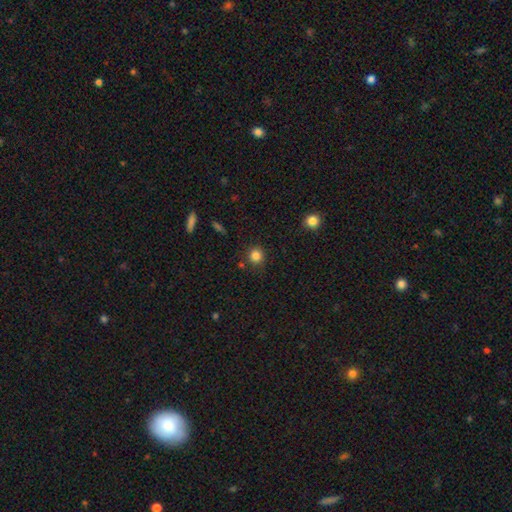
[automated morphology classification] type=smooth (84%); roundness=round (92%); merging=none (85%).